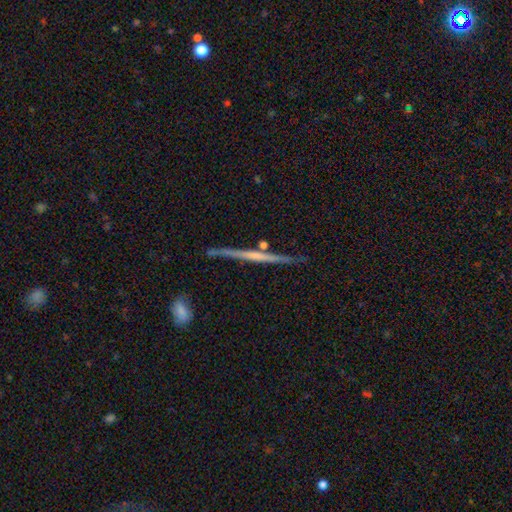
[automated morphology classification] A featured or disk galaxy (69%) viewed edge-on (97%) with no central bulge (60%). Merging: none (88%).